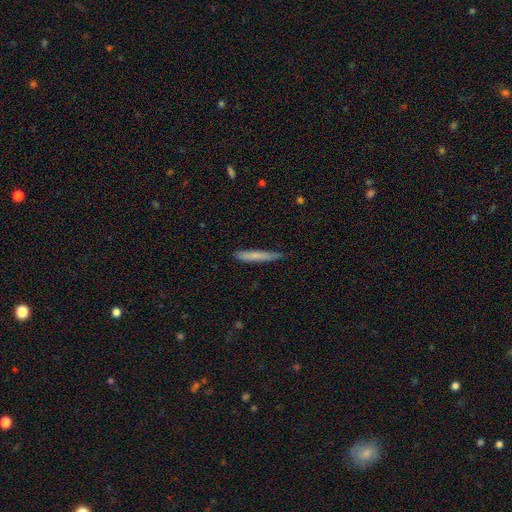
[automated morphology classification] Smooth or featured?
  - smooth: 73% *
  - featured or disk: 20%
  - star or artifact: 6%
How rounded?
  - cigar-shaped: 95% *
  - in between: 4%
  - round: 1%
Merging?
  - none: 81% *
  - minor disturbance: 16%
  - major disturbance: 2%
  - merger: 1%